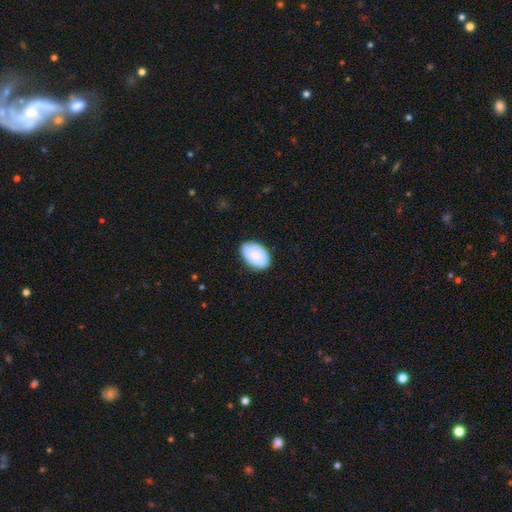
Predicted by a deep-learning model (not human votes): Smooth or featured? Predicted: smooth (p=0.62). How rounded? Predicted: in between (p=0.89). Merging? Predicted: none (p=0.73).